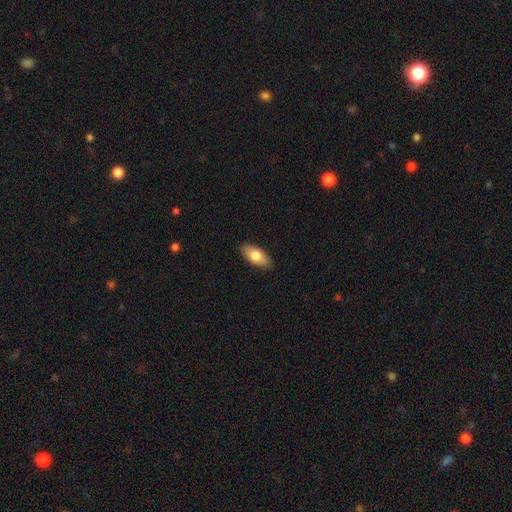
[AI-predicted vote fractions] This is likely a smooth galaxy (78%). How rounded: clearly in between (88%). Merging: clearly none (88%).